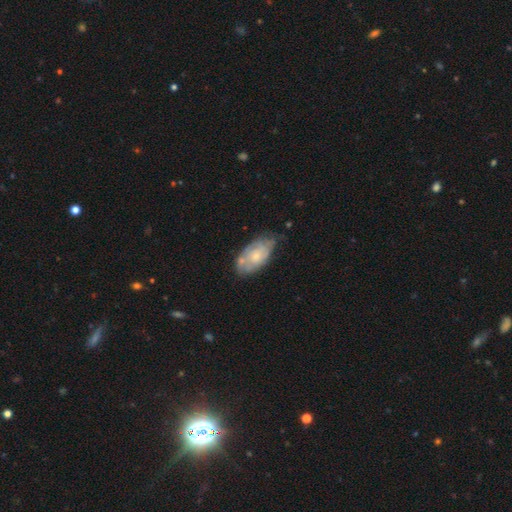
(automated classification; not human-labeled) The model was most divided on "bulge size": small: 52%, moderate: 38%, none: 6%, large: 3%, dominant: 1%. More confident: edge-on disk — no (94%); bar — no (78%); spiral arms — yes (70%); smooth or featured — featured or disk (58%); merging — none (51%).